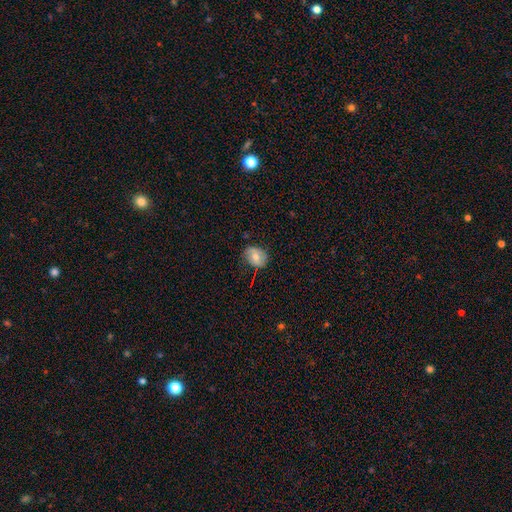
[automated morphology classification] smooth_or_featured: smooth (p=0.63) [alt: featured or disk p=0.28]
how_rounded: in between (p=0.52) [alt: round p=0.47]
merging: none (p=0.69) [alt: minor disturbance p=0.24]